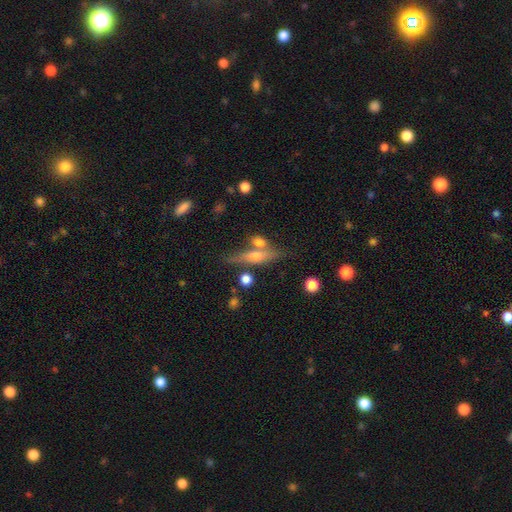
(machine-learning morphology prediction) A featured or disk galaxy (51%) viewed edge-on (88%). Merging: none (62%).